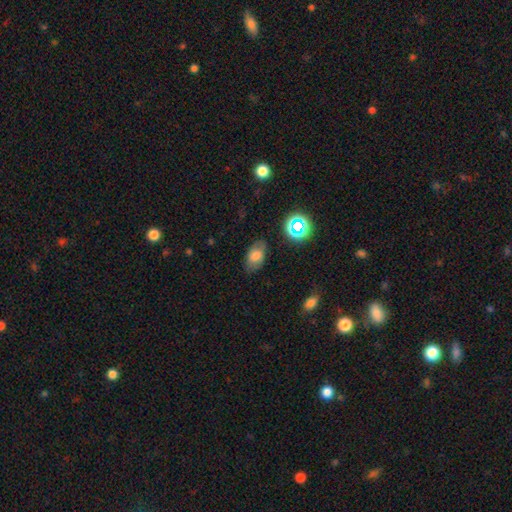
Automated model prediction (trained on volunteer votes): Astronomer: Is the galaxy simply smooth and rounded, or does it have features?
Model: smooth — 70%.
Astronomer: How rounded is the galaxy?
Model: in between — 88%.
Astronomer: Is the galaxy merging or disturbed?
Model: none — 77%.